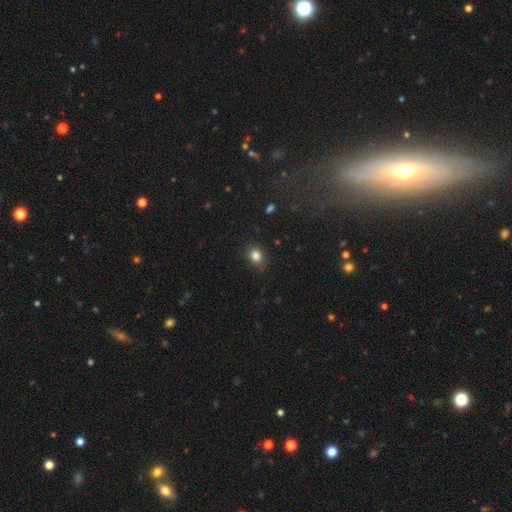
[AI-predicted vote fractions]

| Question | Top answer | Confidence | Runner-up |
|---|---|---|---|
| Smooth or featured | smooth | 83% | star or artifact (11%) |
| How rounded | in between | 52% | round (47%) |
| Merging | none | 82% | minor disturbance (14%) |